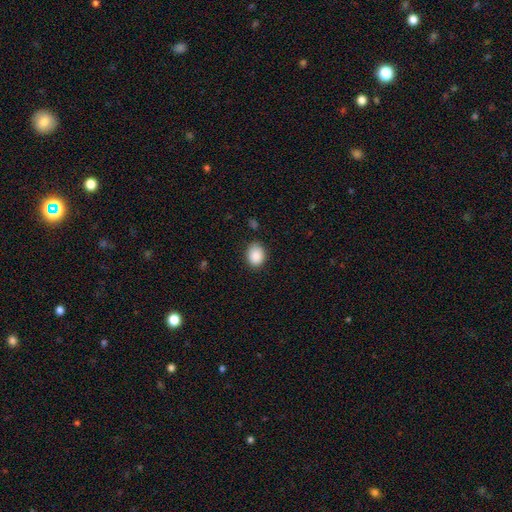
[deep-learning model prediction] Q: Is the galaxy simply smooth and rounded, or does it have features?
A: smooth — 89%.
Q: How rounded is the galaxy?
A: in between — 62%.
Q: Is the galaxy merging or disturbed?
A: none — 81%.